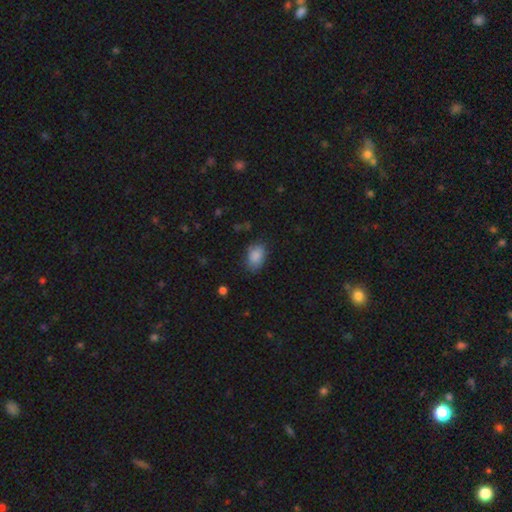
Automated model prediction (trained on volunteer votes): A smooth galaxy with no disk features (87%) that is in between round and cigar-shaped (85%).

Vote fractions:
- Smooth or featured? smooth: 87% / star or artifact: 8% / featured or disk: 6%
- How rounded? in between: 85% / round: 14% / cigar-shaped: 1%
- Merging? none: 76% / minor disturbance: 18% / major disturbance: 5% / merger: 1%